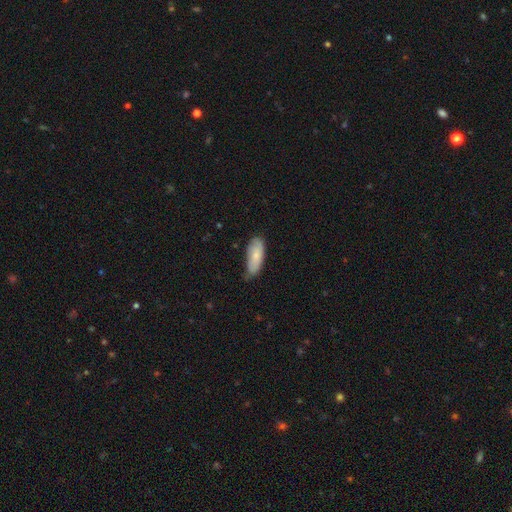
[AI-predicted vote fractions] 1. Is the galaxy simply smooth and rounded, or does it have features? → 77% smooth, 17% featured or disk, 6% star or artifact.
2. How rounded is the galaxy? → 78% in between, 20% cigar-shaped, 2% round.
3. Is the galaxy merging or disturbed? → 62% none, 32% minor disturbance, 5% major disturbance, 2% merger.